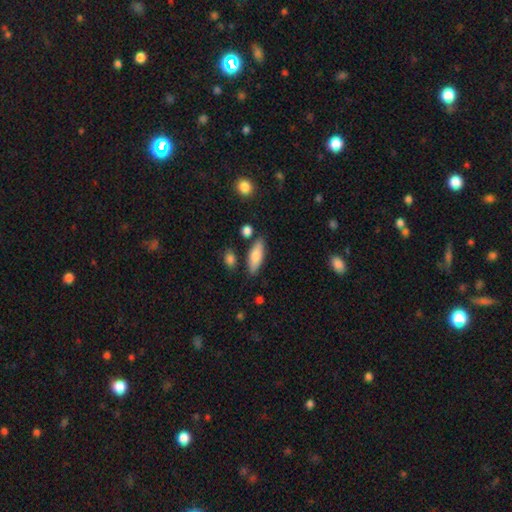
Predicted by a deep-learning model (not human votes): Q: Smooth or featured?
A: smooth (80%); runner-up: featured or disk (13%)
Q: How rounded?
A: in between (66%); runner-up: cigar-shaped (31%)
Q: Merging?
A: none (79%); runner-up: minor disturbance (12%)